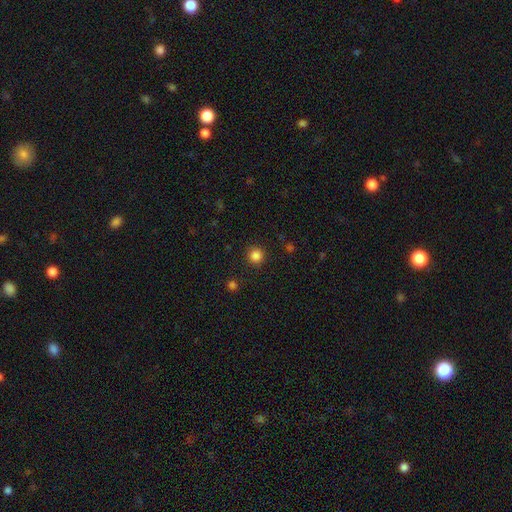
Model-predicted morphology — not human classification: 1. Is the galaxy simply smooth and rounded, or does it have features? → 84% smooth, 12% star or artifact, 3% featured or disk.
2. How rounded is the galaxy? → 95% round, 5% in between, 1% cigar-shaped.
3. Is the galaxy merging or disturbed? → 91% none, 6% minor disturbance, 2% major disturbance, 1% merger.